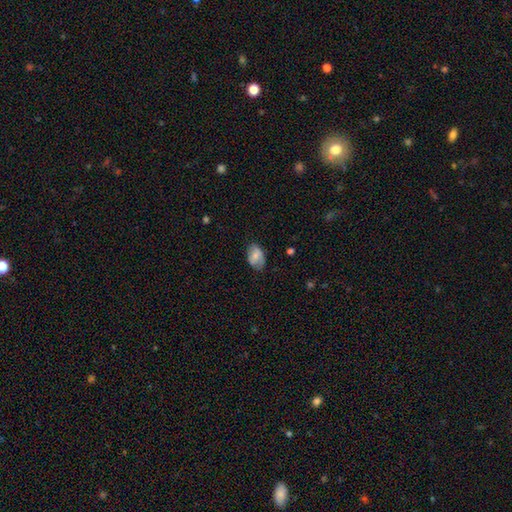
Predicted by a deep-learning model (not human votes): This is likely a smooth galaxy (66%). How rounded: clearly in between (86%). Merging: likely none (68%).